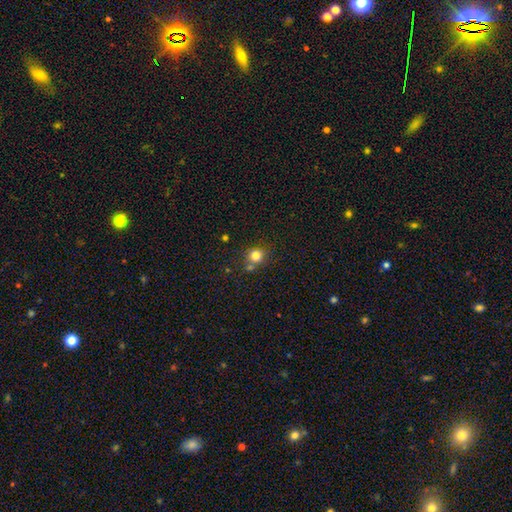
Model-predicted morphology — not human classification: This is clearly a smooth galaxy (81%). How rounded: clearly round (86%). Merging: likely none (65%).